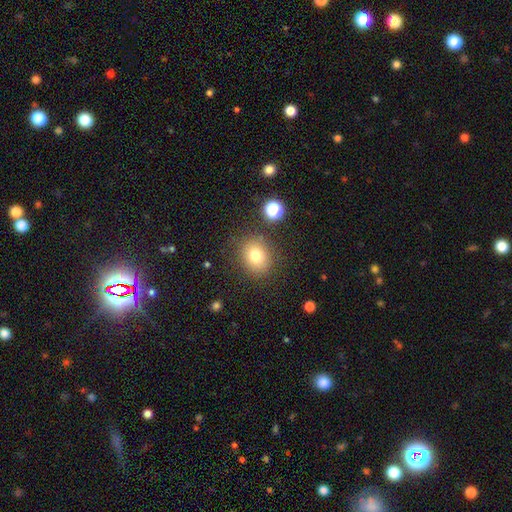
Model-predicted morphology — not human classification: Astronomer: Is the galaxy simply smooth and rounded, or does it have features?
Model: smooth — 78%.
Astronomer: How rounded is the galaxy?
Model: round — 61% (runner-up: in between, 38%).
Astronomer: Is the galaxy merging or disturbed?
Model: none — 82%.